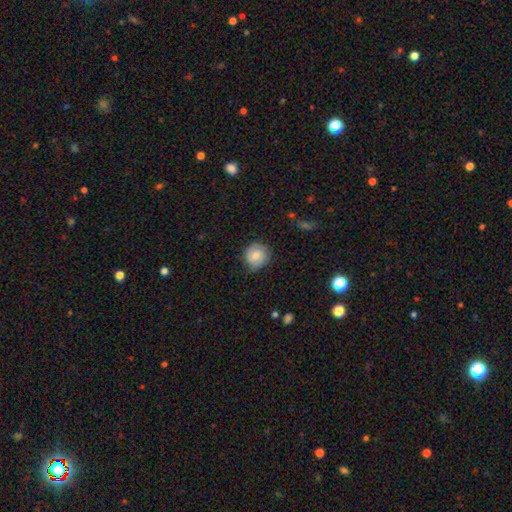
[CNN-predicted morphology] A smooth galaxy with no disk features (68%) that is round (89%).

Vote fractions:
- Smooth or featured? smooth: 68% / featured or disk: 24% / star or artifact: 8%
- How rounded? round: 89% / in between: 10% / cigar-shaped: 1%
- Merging? none: 77% / minor disturbance: 18% / major disturbance: 4% / merger: 1%